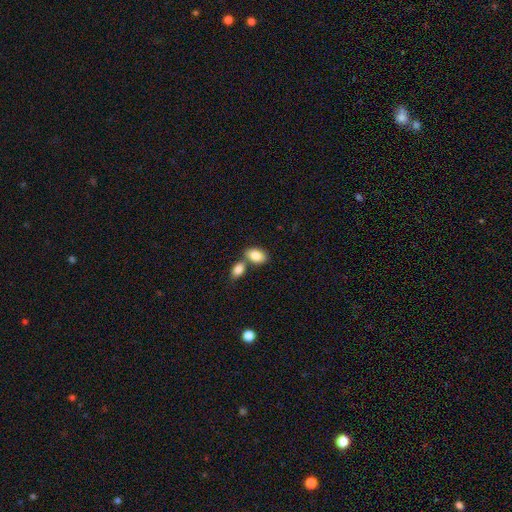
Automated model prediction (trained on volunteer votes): This is clearly a smooth galaxy (85%). How rounded: clearly in between (90%). Merging: possibly none (48%).